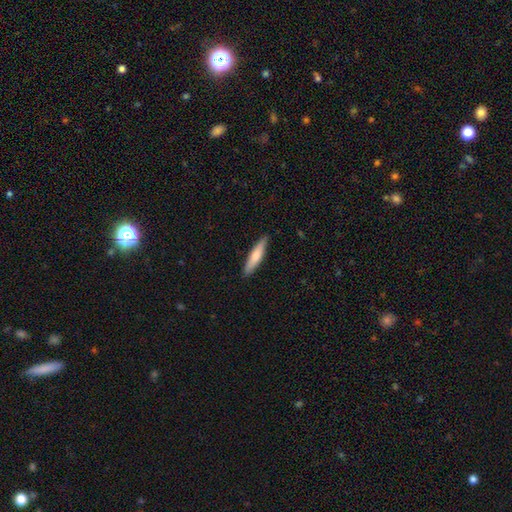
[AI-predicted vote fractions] Q: Smooth or featured?
A: smooth (65%); runner-up: featured or disk (29%)
Q: How rounded?
A: cigar-shaped (85%); runner-up: in between (14%)
Q: Merging?
A: none (89%); runner-up: minor disturbance (8%)